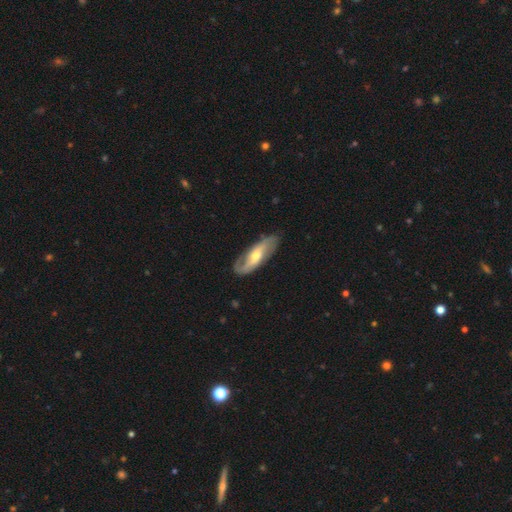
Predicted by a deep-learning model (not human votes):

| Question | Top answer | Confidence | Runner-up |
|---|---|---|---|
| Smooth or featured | featured or disk | 73% | smooth (22%) |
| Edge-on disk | no | 85% | yes (15%) |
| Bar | no | 43% | weak (36%) |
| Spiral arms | yes | 86% | no (14%) |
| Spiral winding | loose | 41% | medium (37%) |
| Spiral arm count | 2 | 77% | can't tell (11%) |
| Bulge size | moderate | 62% | small (32%) |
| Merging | none | 76% | minor disturbance (17%) |